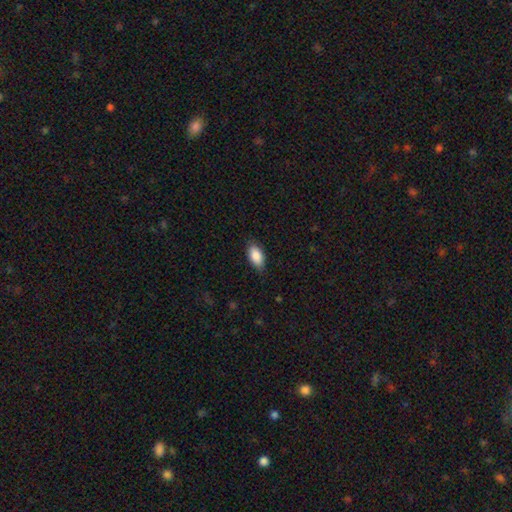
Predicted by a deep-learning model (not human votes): smooth 88%, star or artifact 6%, featured or disk 6%. Down the decision tree: how rounded — in between (93%); merging — none (83%).